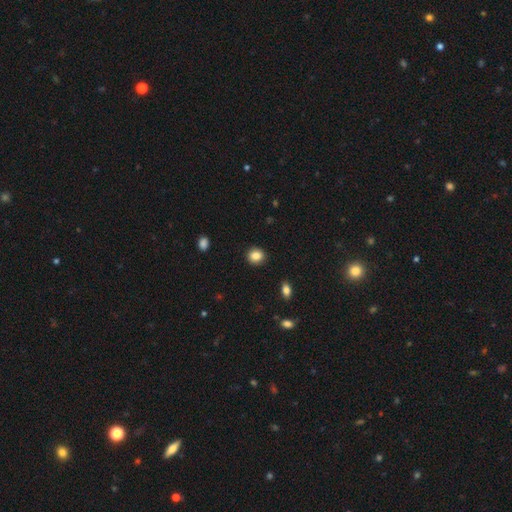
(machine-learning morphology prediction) smooth_or_featured: smooth (p=0.86) [alt: star or artifact p=0.09]
how_rounded: round (p=0.79) [alt: in between p=0.20]
merging: none (p=0.91) [alt: minor disturbance p=0.06]